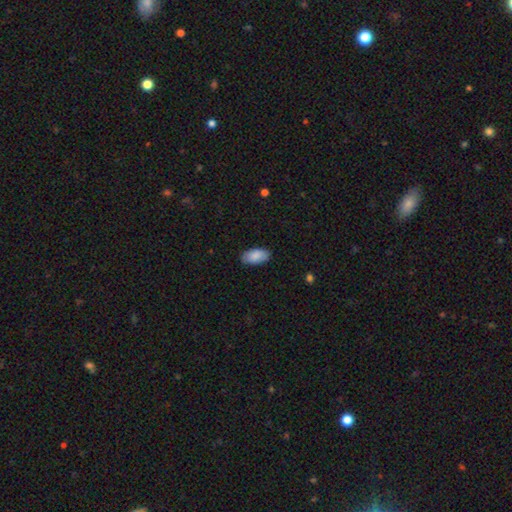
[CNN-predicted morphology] The model was most divided on "merging": none: 87%, minor disturbance: 10%, major disturbance: 2%, merger: 1%. More confident: how rounded — in between (95%); smooth or featured — smooth (88%).